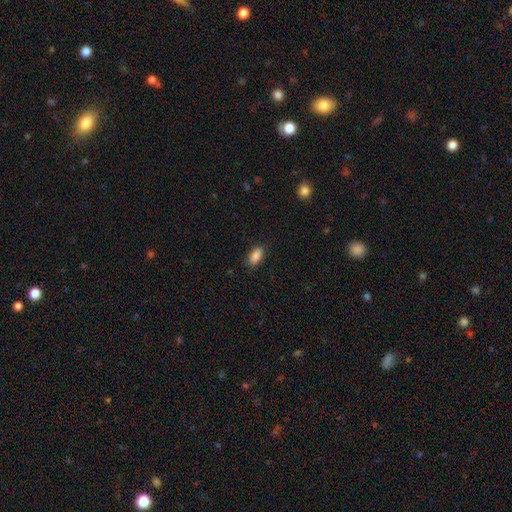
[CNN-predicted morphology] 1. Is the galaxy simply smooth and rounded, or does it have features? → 88% smooth, 8% star or artifact, 4% featured or disk.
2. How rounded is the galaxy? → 90% in between, 6% cigar-shaped, 4% round.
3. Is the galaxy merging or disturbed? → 86% none, 10% minor disturbance, 2% major disturbance, 1% merger.